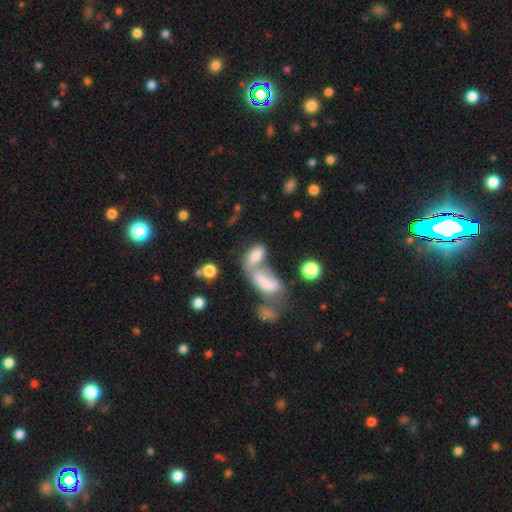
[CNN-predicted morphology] smooth 69%, featured or disk 19%, star or artifact 12%. Down the decision tree: how rounded — in between (85%); merging — merger (66%).